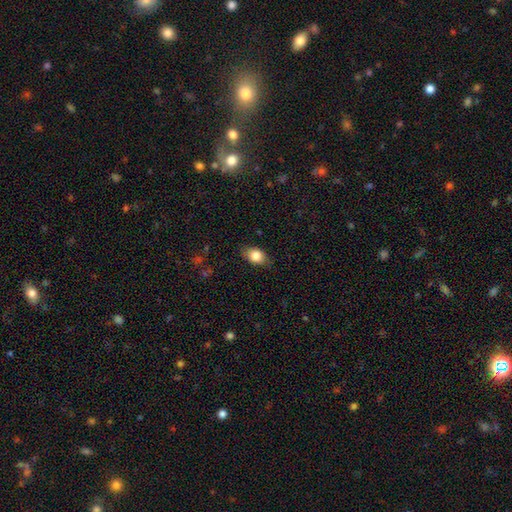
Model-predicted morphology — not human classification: This appears to be a smooth galaxy with no disk features (83%) that is in between round and cigar-shaped (77%). Merging: none (81%).